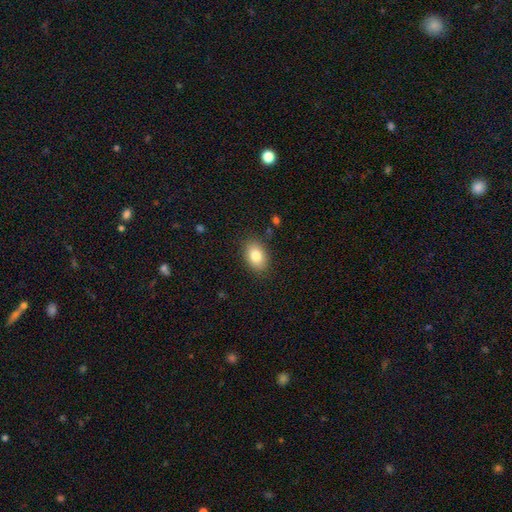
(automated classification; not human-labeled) Smooth or featured: smooth — 83% (featured or disk — 9%)
How rounded: in between — 85% (round — 13%)
Merging: none — 86% (minor disturbance — 10%)